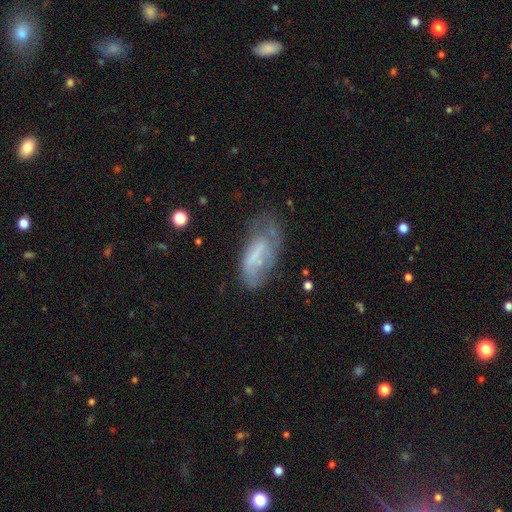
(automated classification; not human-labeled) A featured or disk galaxy (47%).

Vote fractions:
- Smooth or featured? featured or disk: 47% / smooth: 44% / star or artifact: 9%
- Merging? none: 47% / minor disturbance: 31% / major disturbance: 20% / merger: 3%